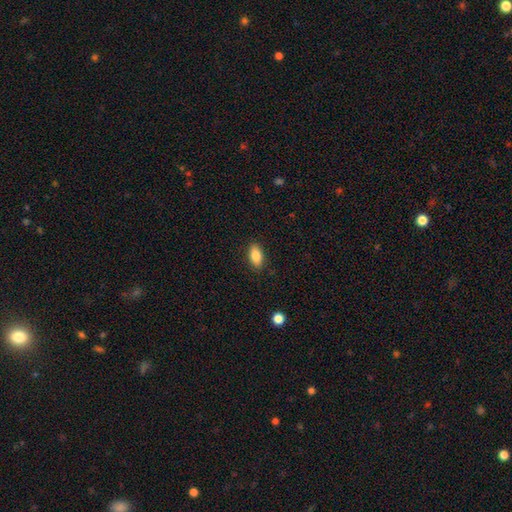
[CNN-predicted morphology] Smooth or featured? smooth (85%)
How rounded? in between (89%)
Merging? none (88%)